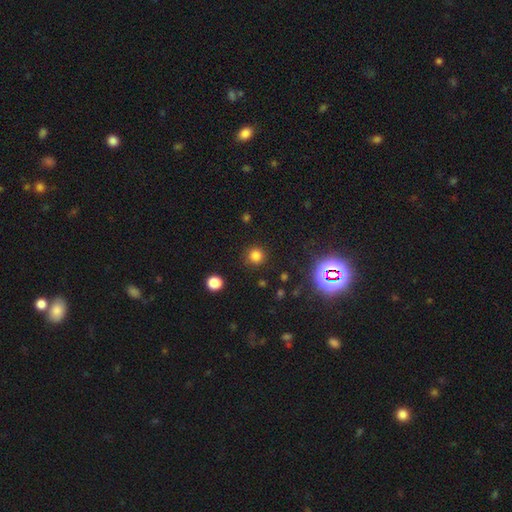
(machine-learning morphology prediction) Smooth or featured? Predicted: smooth (p=0.77). How rounded? Predicted: round (p=0.93). Merging? Predicted: none (p=0.88).